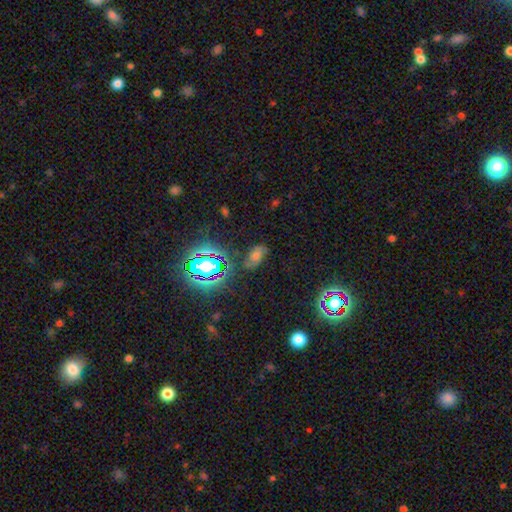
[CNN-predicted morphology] Overall: smooth (44%; star or artifact 35%). Merging: none (71%).